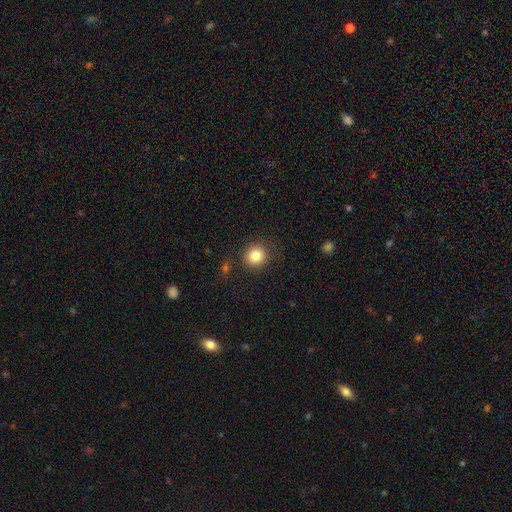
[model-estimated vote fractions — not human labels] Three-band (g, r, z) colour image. It shows a smooth galaxy with no disk features (84%) that is round (90%). Merging: none (87%).